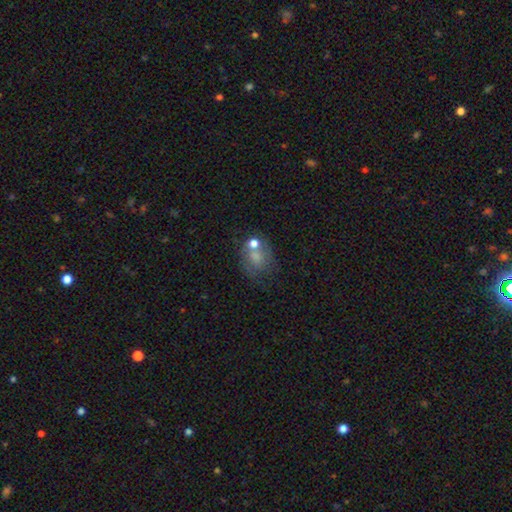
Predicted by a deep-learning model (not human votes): The model was most divided on "smooth or featured": smooth: 49%, featured or disk: 28%, star or artifact: 23%. Remaining: merging — none (49%).